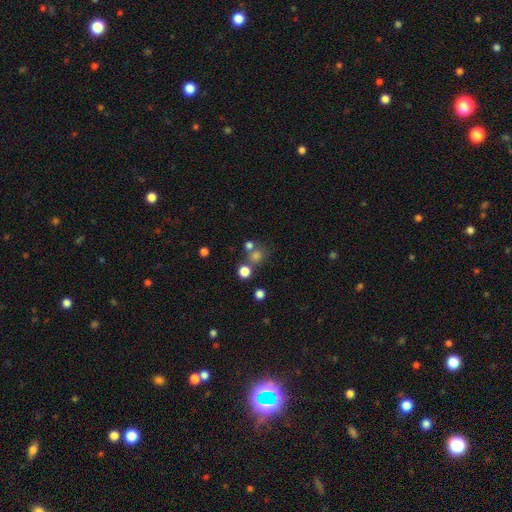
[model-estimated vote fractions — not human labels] Overall: smooth (69%). How rounded: round (85%). Merging: none (60%; merger 26%).